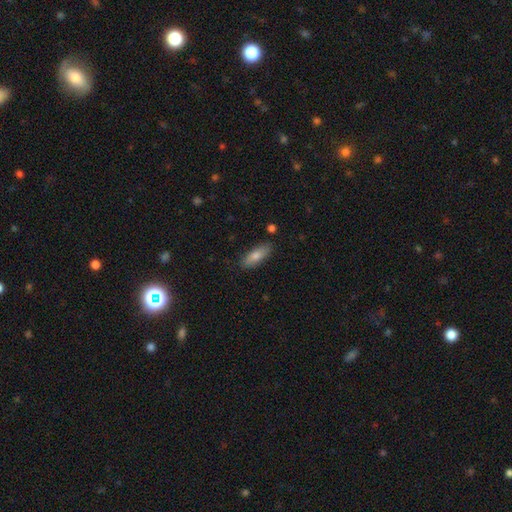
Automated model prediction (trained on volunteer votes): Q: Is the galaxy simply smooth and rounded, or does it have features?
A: smooth — 75%.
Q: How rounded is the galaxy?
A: in between — 65%.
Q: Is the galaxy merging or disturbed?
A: none — 85%.